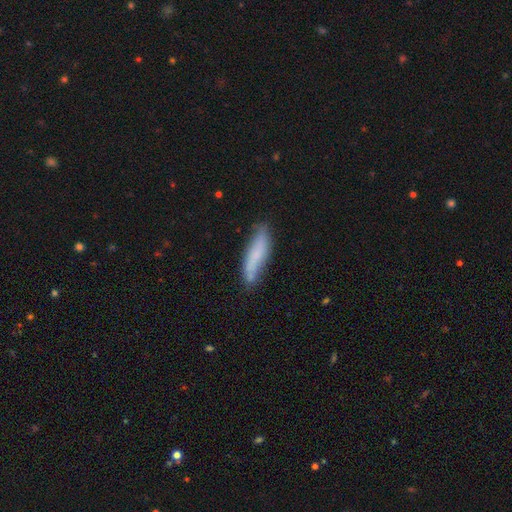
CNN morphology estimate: Smooth or featured: smooth — 65% (featured or disk — 28%)
How rounded: cigar-shaped — 73% (in between — 25%)
Merging: none — 72% (minor disturbance — 21%)